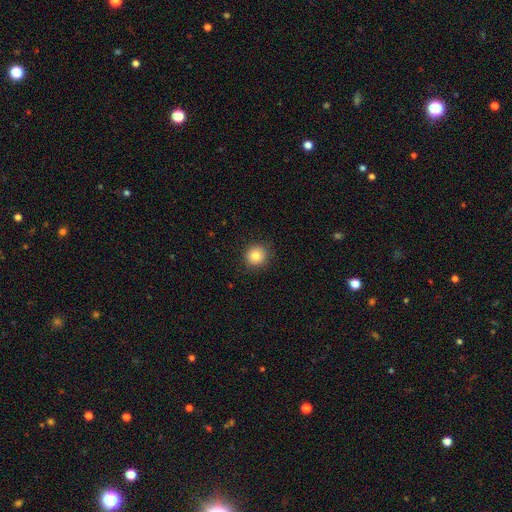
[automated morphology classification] type=smooth (82%); roundness=round (93%); merging=none (90%).